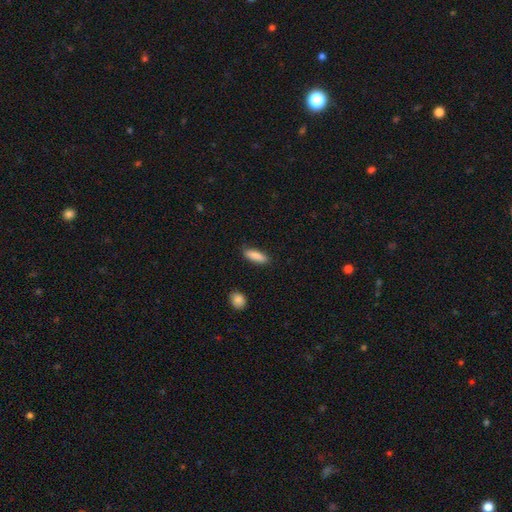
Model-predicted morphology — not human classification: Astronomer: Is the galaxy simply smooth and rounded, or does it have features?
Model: smooth — 88%.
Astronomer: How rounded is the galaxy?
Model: in between — 55% (runner-up: cigar-shaped, 43%).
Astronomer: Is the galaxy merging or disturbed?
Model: none — 86%.